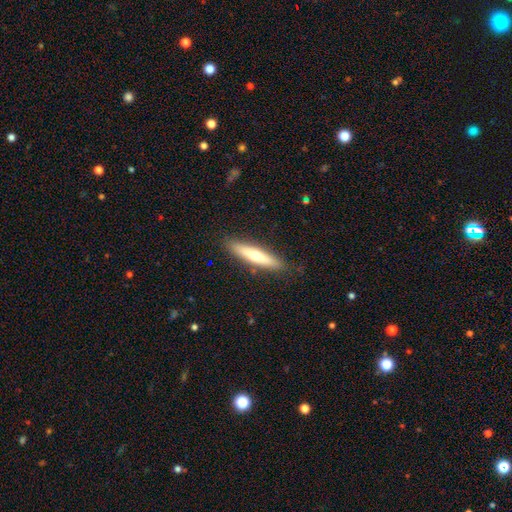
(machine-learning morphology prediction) smooth 58%, featured or disk 36%, star or artifact 6%. Down the decision tree: how rounded — cigar-shaped (85%); merging — none (87%).